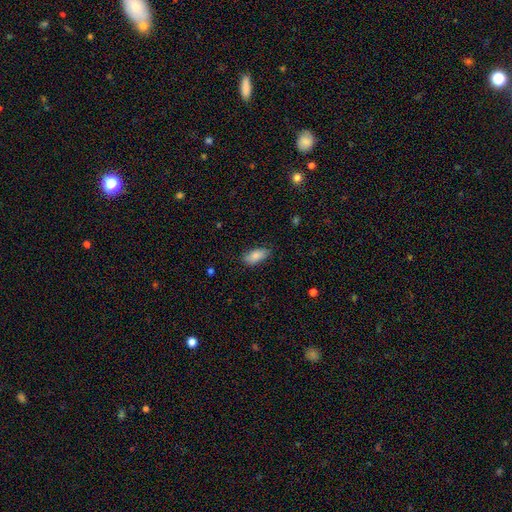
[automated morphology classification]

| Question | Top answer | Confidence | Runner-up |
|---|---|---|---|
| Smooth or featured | smooth | 83% | featured or disk (10%) |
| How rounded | in between | 89% | cigar-shaped (9%) |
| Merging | none | 77% | minor disturbance (18%) |